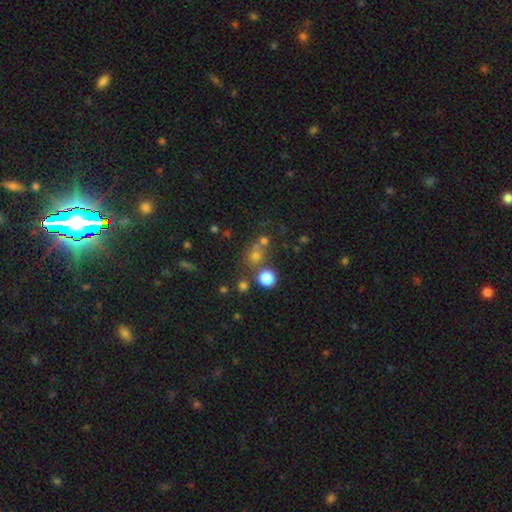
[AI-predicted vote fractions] Smooth or featured? smooth (64%)
How rounded? round (84%)
Merging? none (59%)